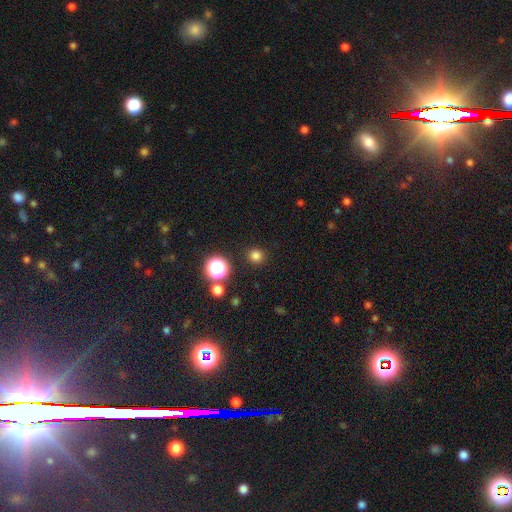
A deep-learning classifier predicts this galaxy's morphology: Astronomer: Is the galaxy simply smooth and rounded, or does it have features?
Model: smooth — 78%.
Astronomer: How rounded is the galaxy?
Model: round — 94%.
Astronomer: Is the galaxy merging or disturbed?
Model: none — 91%.